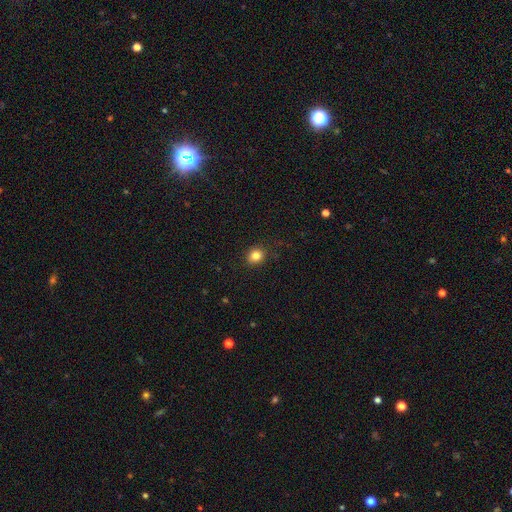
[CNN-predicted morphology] The model was most divided on "how rounded": round: 76%, in between: 23%, cigar-shaped: 1%. More confident: merging — none (89%); smooth or featured — smooth (84%).